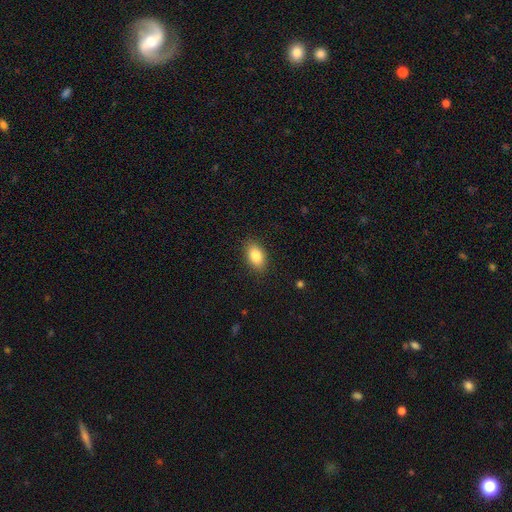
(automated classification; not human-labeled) A smooth galaxy with no disk features (84%) that is in between round and cigar-shaped (88%).

Vote fractions:
- Smooth or featured? smooth: 84% / star or artifact: 8% / featured or disk: 8%
- How rounded? in between: 88% / round: 10% / cigar-shaped: 2%
- Merging? none: 86% / minor disturbance: 10% / major disturbance: 3% / merger: 1%